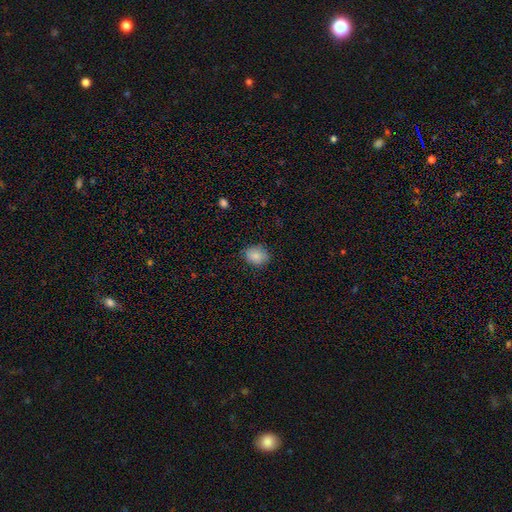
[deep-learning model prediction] Smooth or featured?
  - smooth: 86% *
  - star or artifact: 8%
  - featured or disk: 6%
How rounded?
  - round: 50% *
  - in between: 49%
  - cigar-shaped: 1%
Merging?
  - none: 82% *
  - minor disturbance: 14%
  - major disturbance: 3%
  - merger: 1%